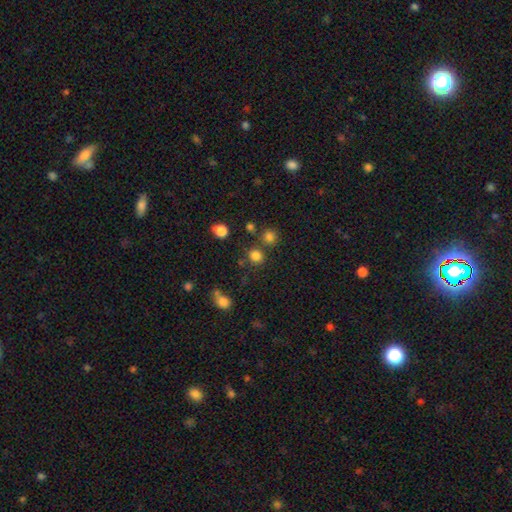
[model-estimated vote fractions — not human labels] The model was most divided on "merging": none: 75%, merger: 12%, minor disturbance: 9%, major disturbance: 4%. More confident: how rounded — round (86%); smooth or featured — smooth (79%).